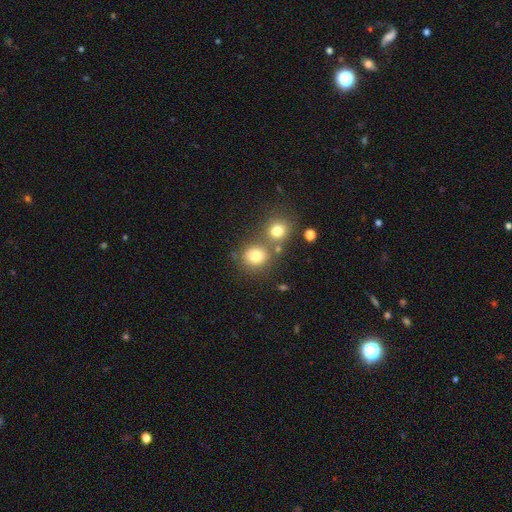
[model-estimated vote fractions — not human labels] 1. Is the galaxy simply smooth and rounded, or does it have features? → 78% smooth, 13% star or artifact, 10% featured or disk.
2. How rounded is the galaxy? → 70% round, 29% in between, 1% cigar-shaped.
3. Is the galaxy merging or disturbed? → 59% none, 26% merger, 10% minor disturbance, 4% major disturbance.